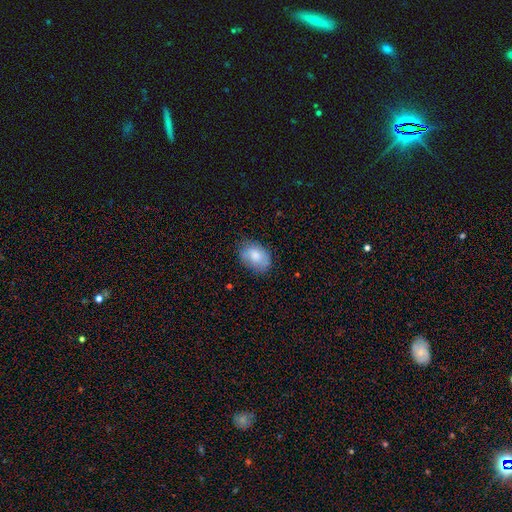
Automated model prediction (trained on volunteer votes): The model was most divided on "merging": none: 70%, minor disturbance: 23%, major disturbance: 6%, merger: 1%. More confident: how rounded — in between (80%); smooth or featured — smooth (77%).